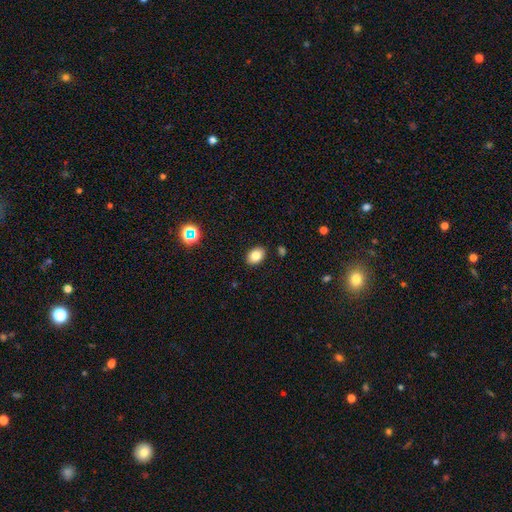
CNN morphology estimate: A smooth galaxy with no disk features (82%) that is in between round and cigar-shaped (78%).

Vote fractions:
- Smooth or featured? smooth: 82% / star or artifact: 10% / featured or disk: 8%
- How rounded? in between: 78% / round: 21% / cigar-shaped: 1%
- Merging? none: 88% / minor disturbance: 8% / major disturbance: 2% / merger: 2%